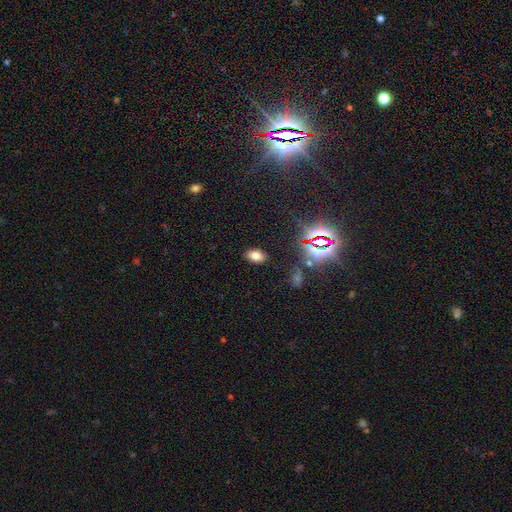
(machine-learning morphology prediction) Q: Smooth or featured?
A: smooth (72%); runner-up: star or artifact (20%)
Q: How rounded?
A: in between (86%); runner-up: round (12%)
Q: Merging?
A: none (87%); runner-up: minor disturbance (9%)